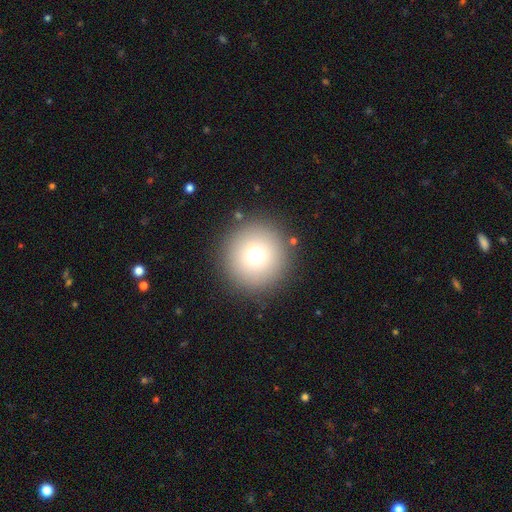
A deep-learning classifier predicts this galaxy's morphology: Q: Smooth or featured?
A: smooth (72%); runner-up: star or artifact (15%)
Q: How rounded?
A: round (97%); runner-up: in between (3%)
Q: Merging?
A: none (89%); runner-up: minor disturbance (6%)